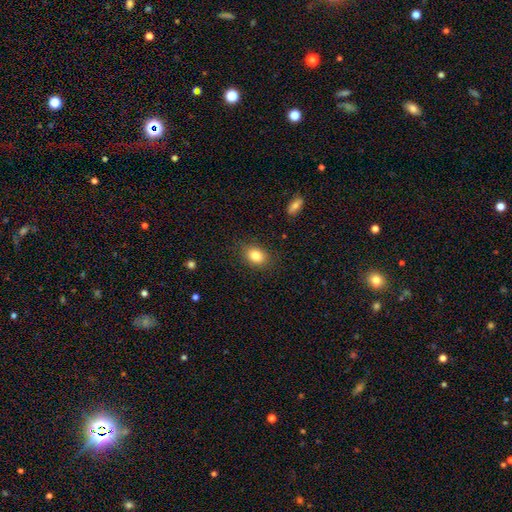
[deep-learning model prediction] Q: Smooth or featured?
A: smooth (83%); runner-up: star or artifact (9%)
Q: How rounded?
A: in between (67%); runner-up: round (32%)
Q: Merging?
A: none (84%); runner-up: minor disturbance (12%)